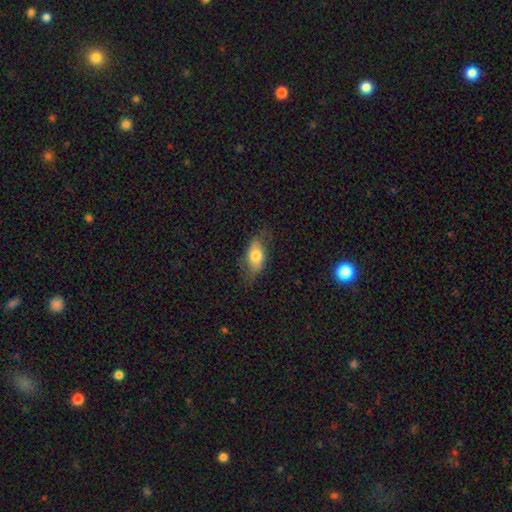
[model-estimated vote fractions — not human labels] The model was most divided on "merging": none: 63%, minor disturbance: 25%, major disturbance: 11%, merger: 1%. More confident: how rounded — in between (88%); smooth or featured — smooth (68%).